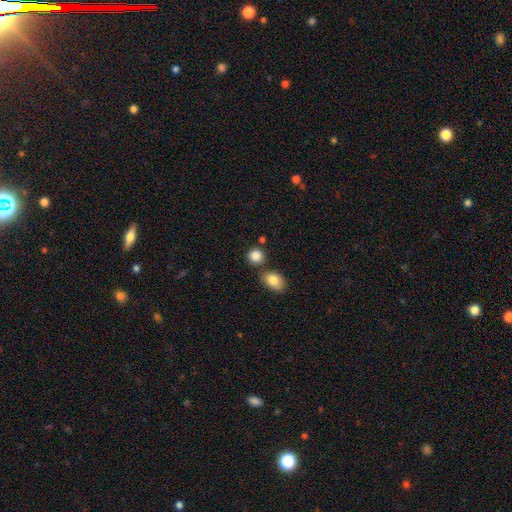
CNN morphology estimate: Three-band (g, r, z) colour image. It shows a smooth galaxy with no disk features (86%) that is round (82%). Merging: none (72%).